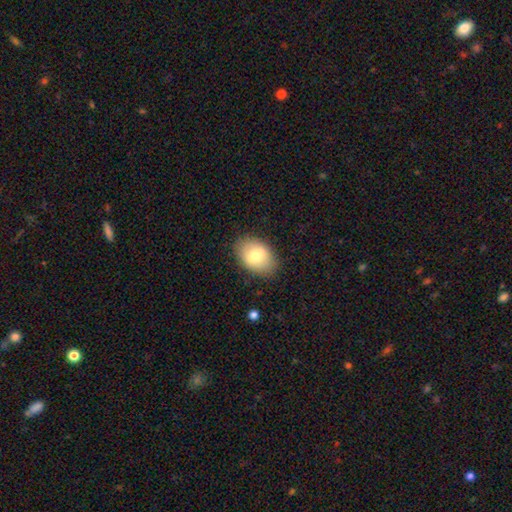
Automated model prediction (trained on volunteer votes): Smooth or featured: smooth — 74% (featured or disk — 19%)
How rounded: in between — 81% (round — 17%)
Merging: none — 84% (minor disturbance — 12%)